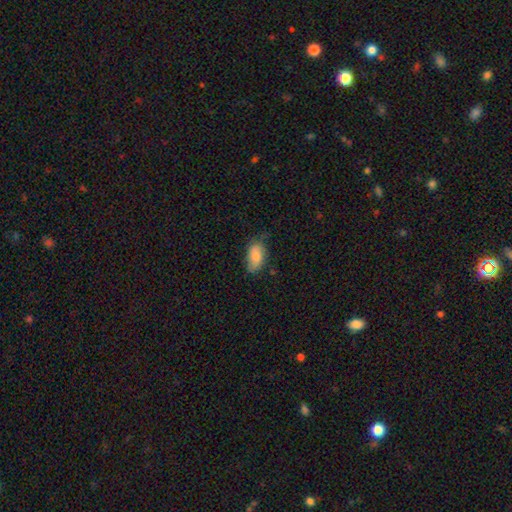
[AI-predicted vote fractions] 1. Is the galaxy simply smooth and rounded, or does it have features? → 79% smooth, 14% featured or disk, 7% star or artifact.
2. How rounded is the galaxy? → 93% in between, 4% round, 3% cigar-shaped.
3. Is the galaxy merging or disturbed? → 58% none, 32% minor disturbance, 8% major disturbance, 2% merger.